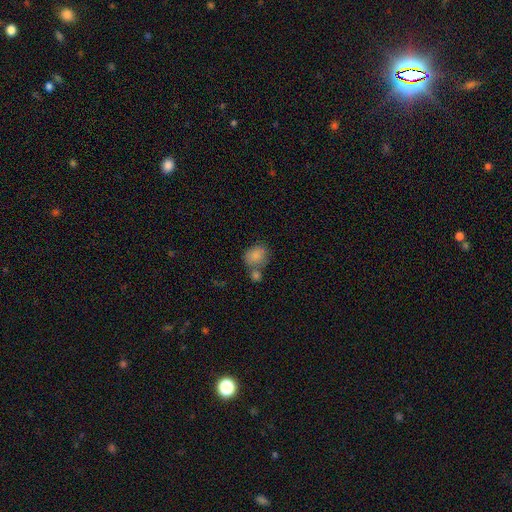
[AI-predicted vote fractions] This is clearly a smooth galaxy (84%). How rounded: possibly round (54%). Merging: possibly none (46%).